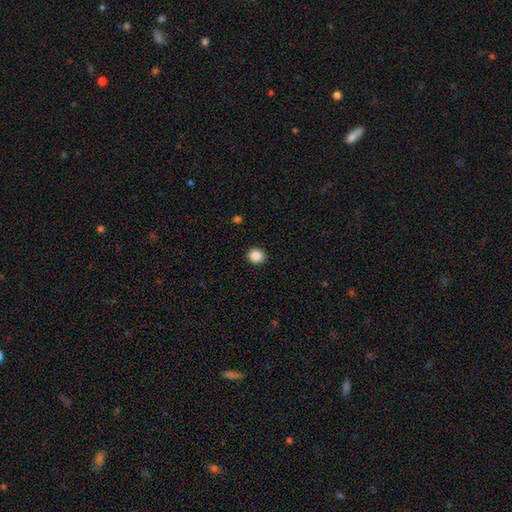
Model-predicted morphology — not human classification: A smooth galaxy with no disk features (87%) that is round (86%).

Vote fractions:
- Smooth or featured? smooth: 87% / star or artifact: 10% / featured or disk: 3%
- How rounded? round: 86% / in between: 13% / cigar-shaped: 1%
- Merging? none: 92% / minor disturbance: 6% / major disturbance: 2% / merger: 1%